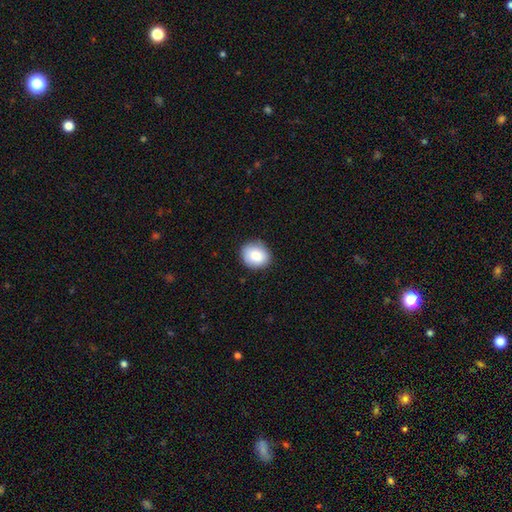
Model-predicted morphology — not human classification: This appears to be a smooth galaxy with no disk features (86%) that is round (67%). Merging: none (85%).